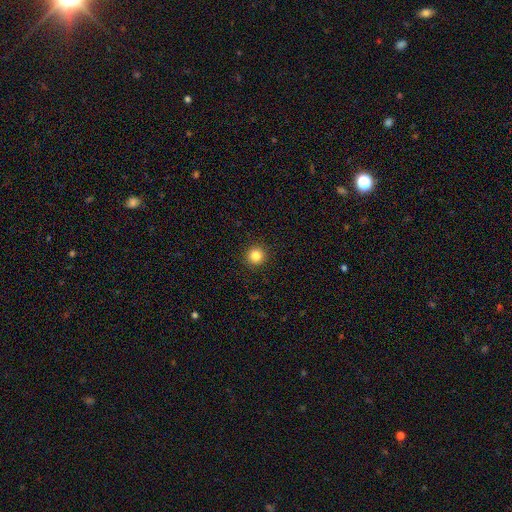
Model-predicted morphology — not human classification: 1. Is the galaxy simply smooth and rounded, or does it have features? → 84% smooth, 11% star or artifact, 4% featured or disk.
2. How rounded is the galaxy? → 95% round, 4% in between, 1% cigar-shaped.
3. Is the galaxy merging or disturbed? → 93% none, 4% minor disturbance, 2% major disturbance, 1% merger.